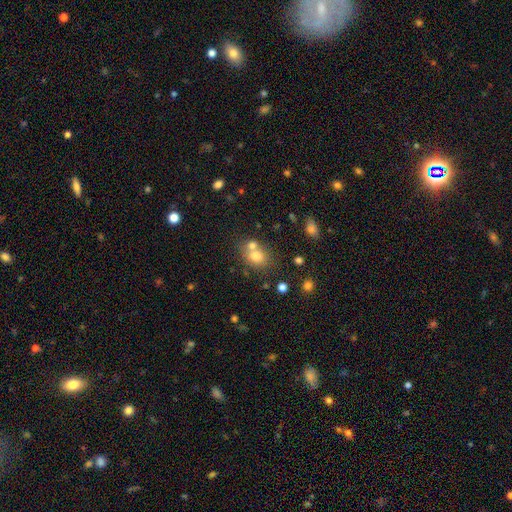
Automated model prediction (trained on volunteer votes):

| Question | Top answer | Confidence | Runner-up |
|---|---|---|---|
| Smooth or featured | smooth | 72% | featured or disk (14%) |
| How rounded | round | 56% | in between (43%) |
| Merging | none | 45% | merger (42%) |